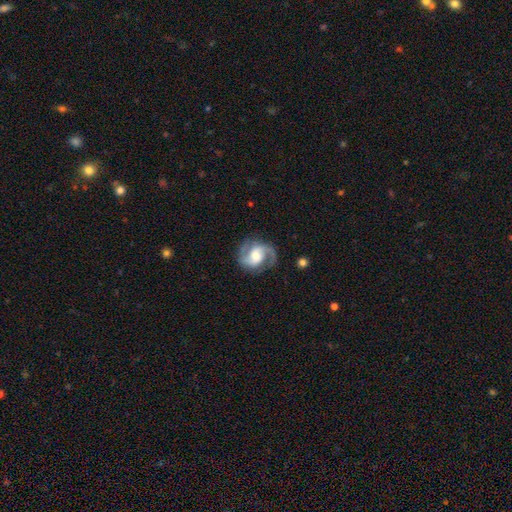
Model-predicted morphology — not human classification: The model was most divided on "bar": weak: 42%, no: 41%, strong: 17%. More confident: edge-on disk — no (98%); spiral arms — yes (97%); spiral arm count — 2 (92%); smooth or featured — featured or disk (89%); merging — none (81%); spiral winding — medium (59%); bulge size — moderate (58%).